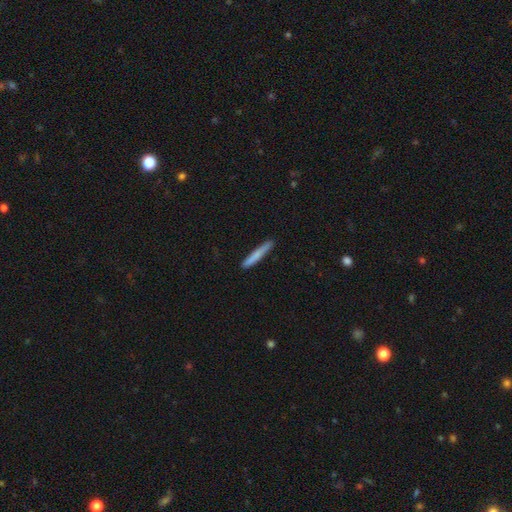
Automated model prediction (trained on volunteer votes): Smooth or featured?
  - smooth: 75% *
  - featured or disk: 20%
  - star or artifact: 6%
How rounded?
  - cigar-shaped: 96% *
  - in between: 3%
  - round: 1%
Merging?
  - none: 89% *
  - minor disturbance: 8%
  - major disturbance: 1%
  - merger: 1%